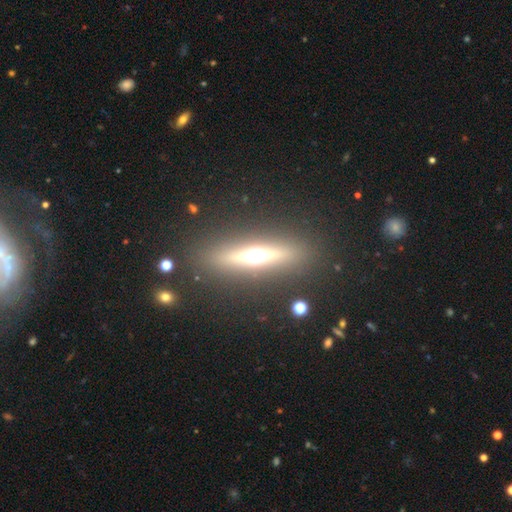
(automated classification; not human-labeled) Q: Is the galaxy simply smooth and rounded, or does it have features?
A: featured or disk — 63%.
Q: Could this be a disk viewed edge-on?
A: yes — 92%.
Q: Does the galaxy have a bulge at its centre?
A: rounded — 93%.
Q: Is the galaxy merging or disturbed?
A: none — 87%.